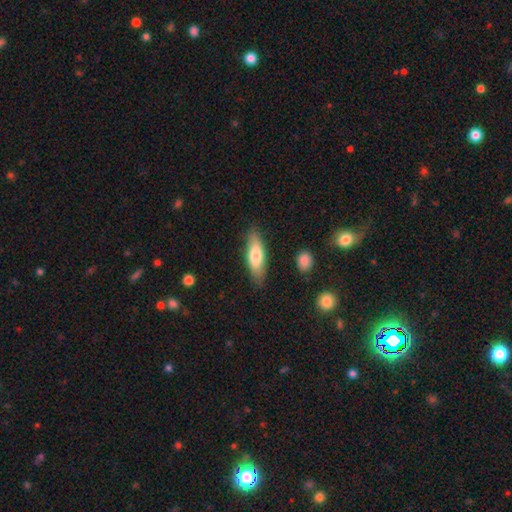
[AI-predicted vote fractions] Smooth or featured? smooth (72%)
How rounded? in between (50%)
Merging? none (82%)